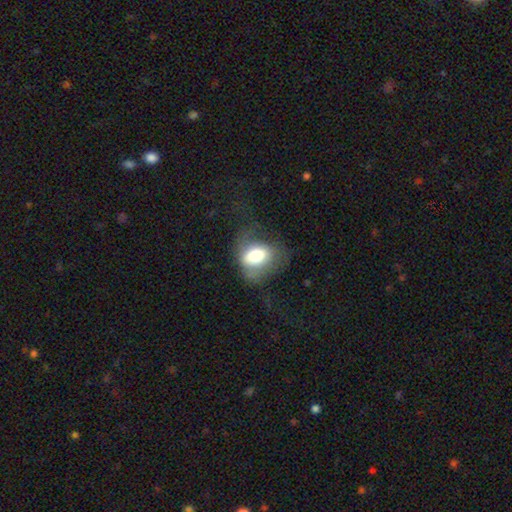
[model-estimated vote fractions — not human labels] Q: Smooth or featured?
A: smooth (65%); runner-up: featured or disk (26%)
Q: How rounded?
A: in between (70%); runner-up: round (28%)
Q: Merging?
A: none (41%); runner-up: major disturbance (32%)